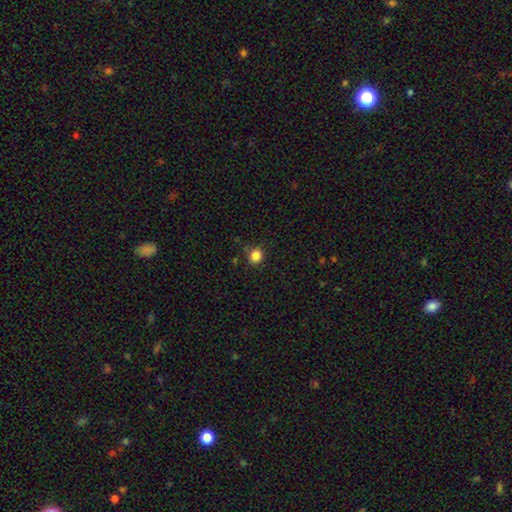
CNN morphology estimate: A smooth galaxy with no disk features (84%) that is round (86%). Merging: none (85%).